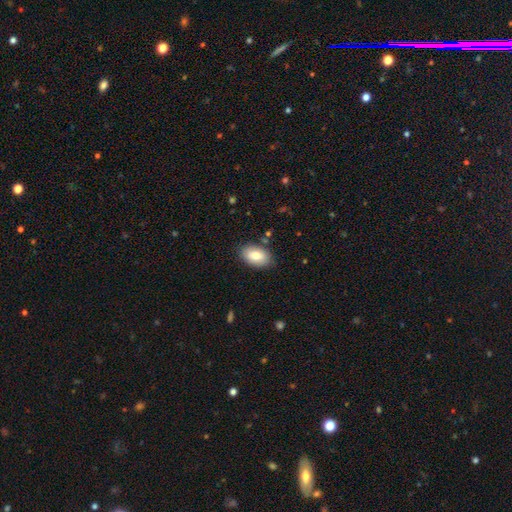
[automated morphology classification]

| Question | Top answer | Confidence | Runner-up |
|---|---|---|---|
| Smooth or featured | smooth | 78% | featured or disk (15%) |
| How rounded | in between | 91% | round (8%) |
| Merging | none | 84% | minor disturbance (11%) |